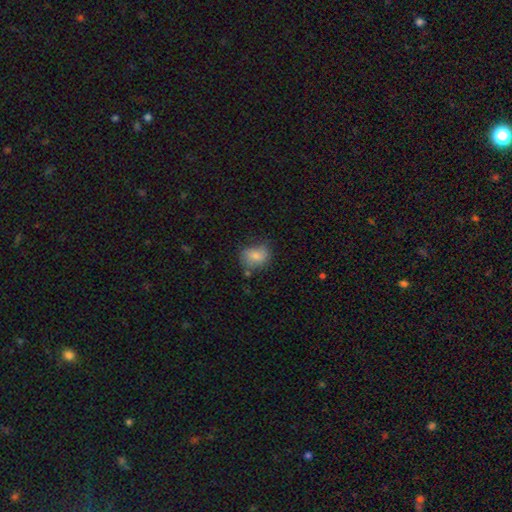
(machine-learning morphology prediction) type=smooth (76%); roundness=in between (51%); merging=none (63%).